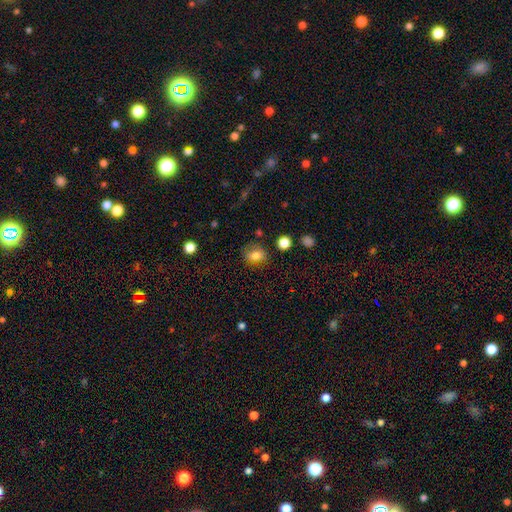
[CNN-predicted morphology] Overall: smooth (81%). How rounded: round (51%; in between 48%). Merging: none (79%).